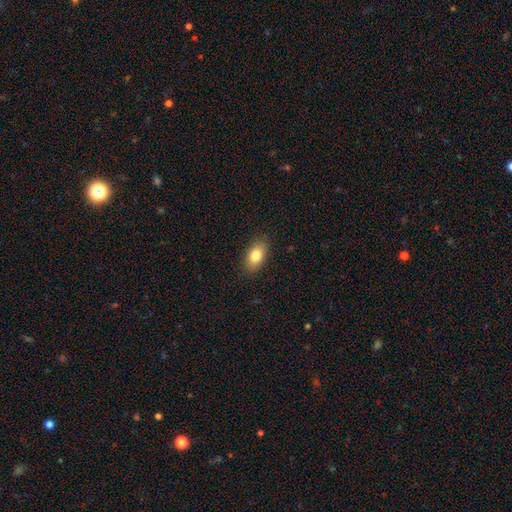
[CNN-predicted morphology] type=smooth (81%); roundness=in between (90%); merging=none (88%).